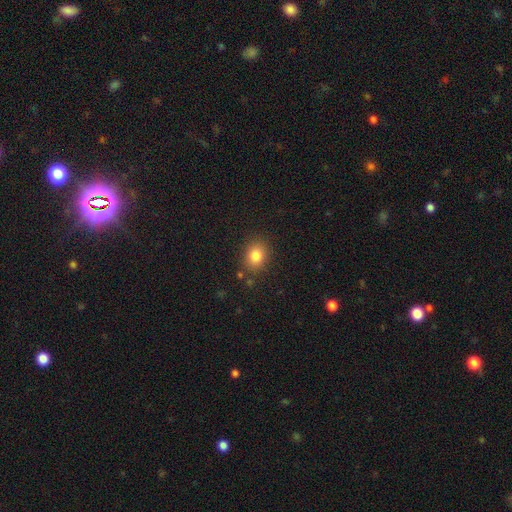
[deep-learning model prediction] Morphology: type=smooth (82%); roundness=round (53%); merging=none (84%).